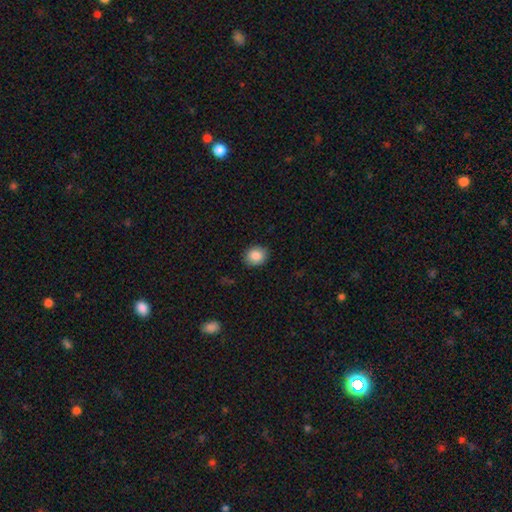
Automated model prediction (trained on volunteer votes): A smooth galaxy with no disk features (86%) that is round (65%). Merging: none (90%).